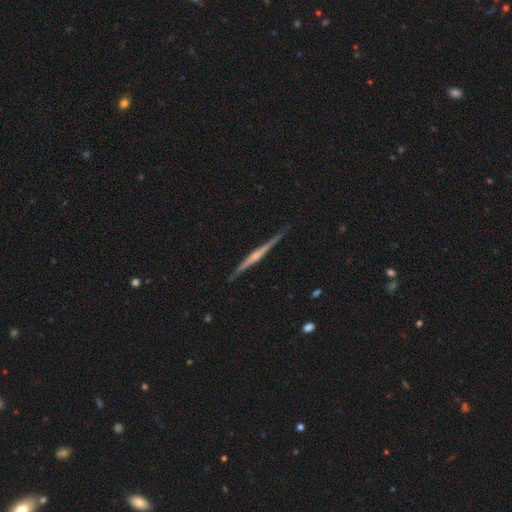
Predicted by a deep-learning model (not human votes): Overall: featured or disk (77%). Edge-on disk: yes (98%). Edge-on bulge: rounded (57%; none 29%). Merging: none (89%).